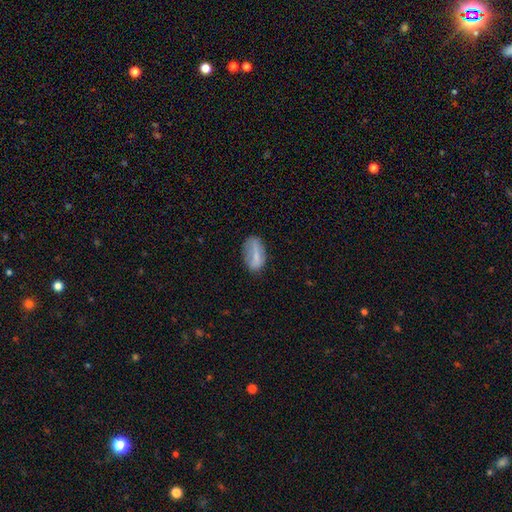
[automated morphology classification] type=smooth (68%); roundness=in between (89%); merging=none (58%).